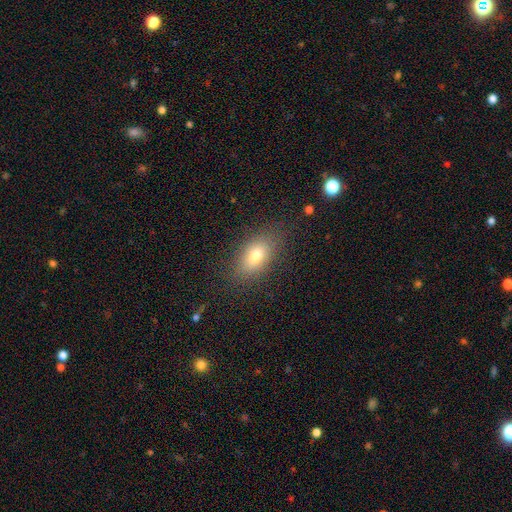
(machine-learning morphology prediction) smooth 74%, featured or disk 15%, star or artifact 11%. Down the decision tree: how rounded — in between (85%); merging — none (82%).